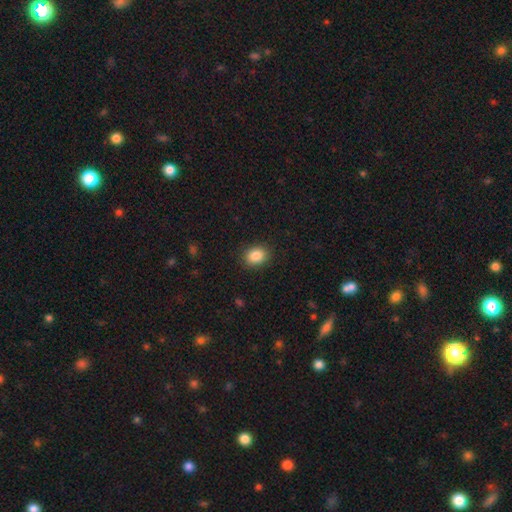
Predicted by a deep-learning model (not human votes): Smooth or featured? Predicted: smooth (p=0.86). How rounded? Predicted: in between (p=0.57). Merging? Predicted: none (p=0.89).